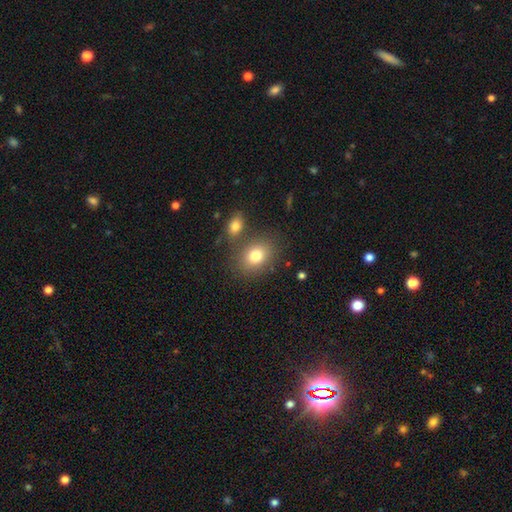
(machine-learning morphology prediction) This is likely a smooth galaxy (80%). How rounded: possibly in between (57%). Merging: likely none (68%).